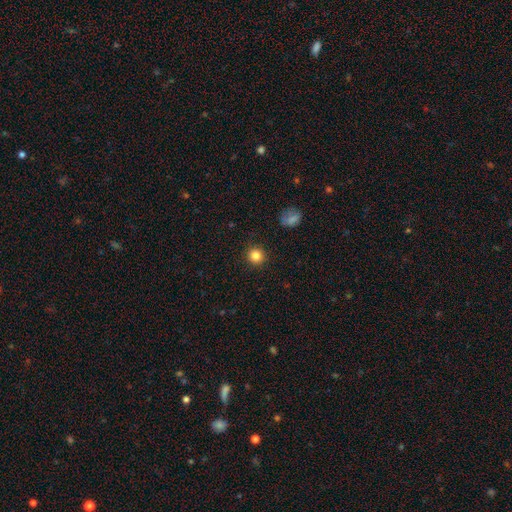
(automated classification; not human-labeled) Smooth or featured?
  - smooth: 84% *
  - star or artifact: 11%
  - featured or disk: 5%
How rounded?
  - round: 94% *
  - in between: 6%
  - cigar-shaped: 1%
Merging?
  - none: 91% *
  - minor disturbance: 6%
  - major disturbance: 2%
  - merger: 1%